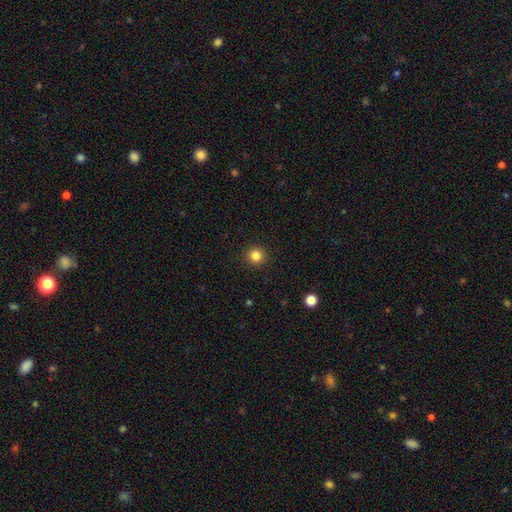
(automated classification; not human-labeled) Smooth or featured: smooth — 83% (star or artifact — 13%)
How rounded: round — 95% (in between — 4%)
Merging: none — 92% (minor disturbance — 5%)